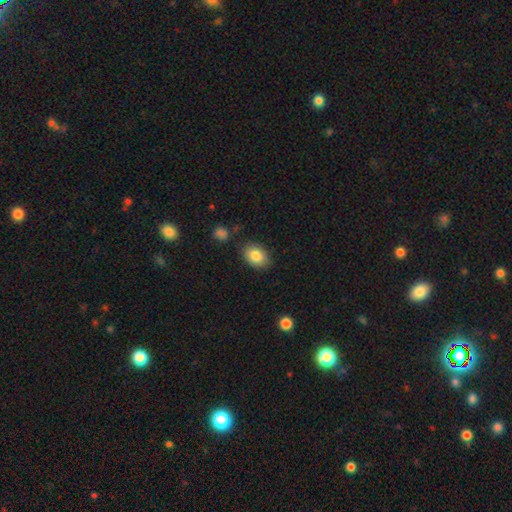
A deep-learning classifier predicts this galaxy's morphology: This is clearly a smooth galaxy (85%). How rounded: likely in between (75%). Merging: clearly none (81%).